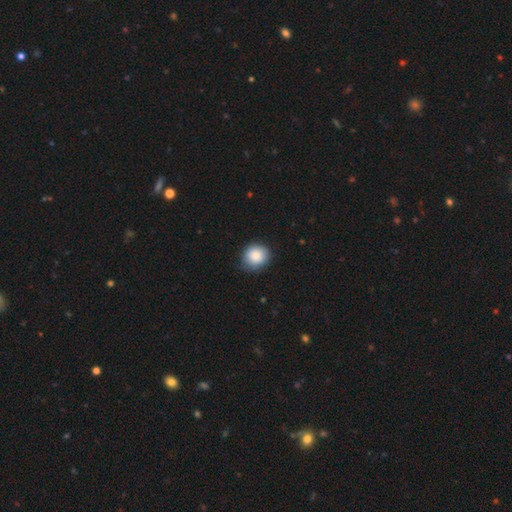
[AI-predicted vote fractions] smooth_or_featured: smooth (p=0.86) [alt: star or artifact p=0.07]
how_rounded: round (p=0.78) [alt: in between p=0.21]
merging: none (p=0.76) [alt: minor disturbance p=0.20]